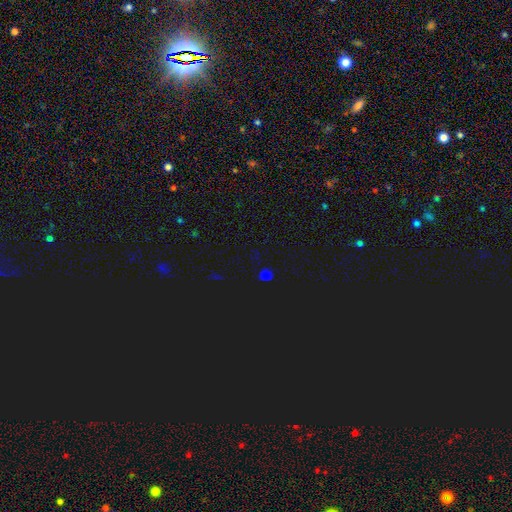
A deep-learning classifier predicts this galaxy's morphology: Smooth or featured: smooth — 49% (star or artifact — 47%)
Merging: none — 85% (minor disturbance — 9%)